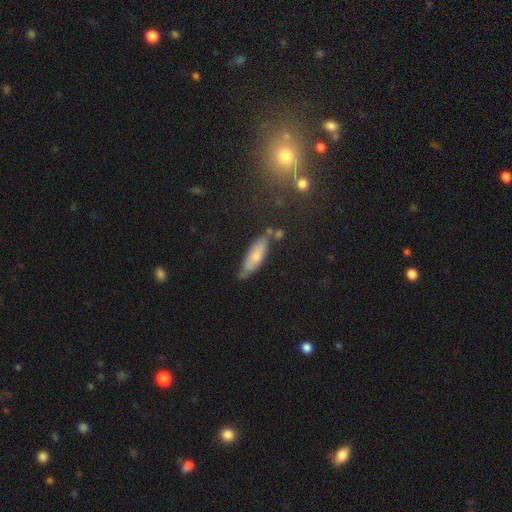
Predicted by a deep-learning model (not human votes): Smooth or featured? smooth (65%)
How rounded? in between (53%)
Merging? none (62%)